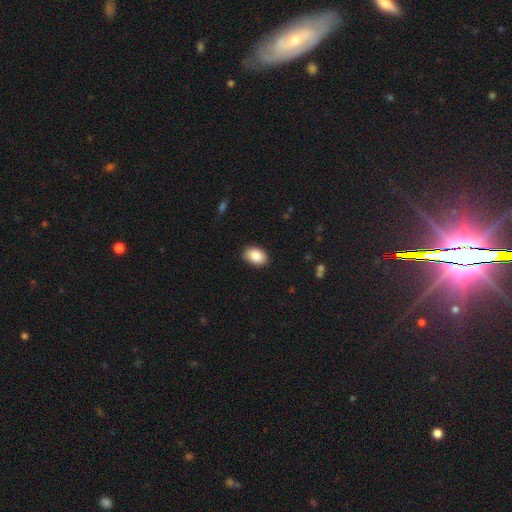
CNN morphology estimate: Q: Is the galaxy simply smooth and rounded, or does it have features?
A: smooth — 87%.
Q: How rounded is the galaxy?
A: in between — 85%.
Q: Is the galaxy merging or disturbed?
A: none — 87%.